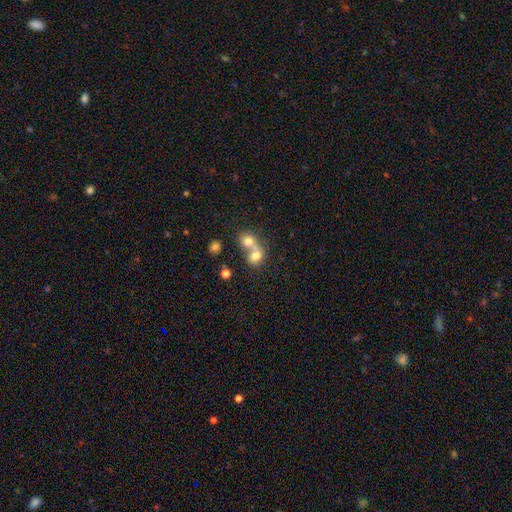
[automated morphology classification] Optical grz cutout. It shows a smooth galaxy with no disk features (65%) that is round (71%). Merging: merger (68%).